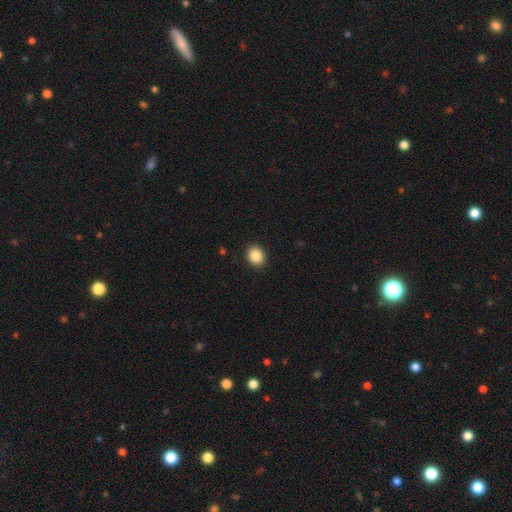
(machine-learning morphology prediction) smooth 87%, star or artifact 9%, featured or disk 5%. Down the decision tree: how rounded — round (57%); merging — none (91%).